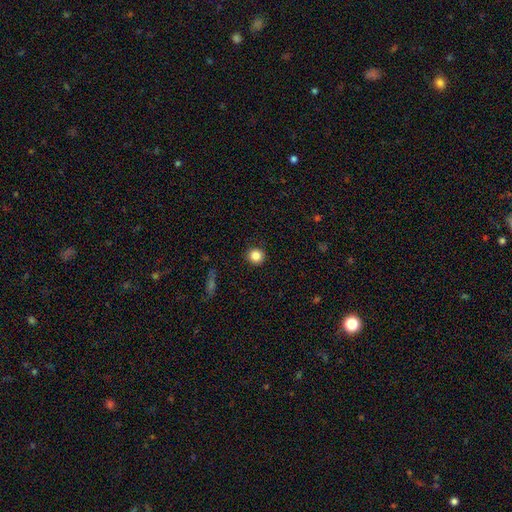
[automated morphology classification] The model was most divided on "smooth or featured": smooth: 85%, star or artifact: 10%, featured or disk: 5%. More confident: how rounded — round (93%); merging — none (91%).